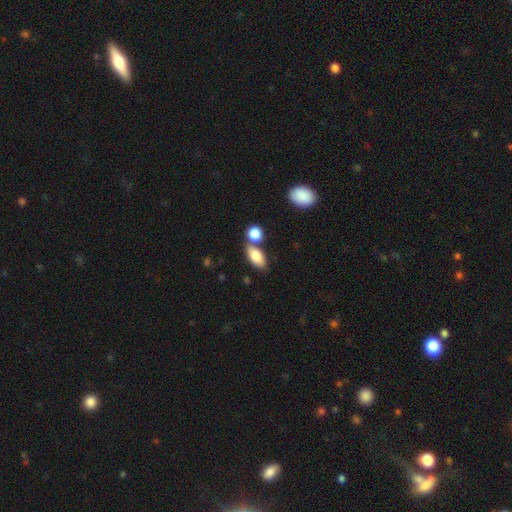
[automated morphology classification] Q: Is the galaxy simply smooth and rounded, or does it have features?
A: smooth — 80%.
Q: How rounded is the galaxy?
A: in between — 85%.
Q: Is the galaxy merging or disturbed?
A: none — 58%.